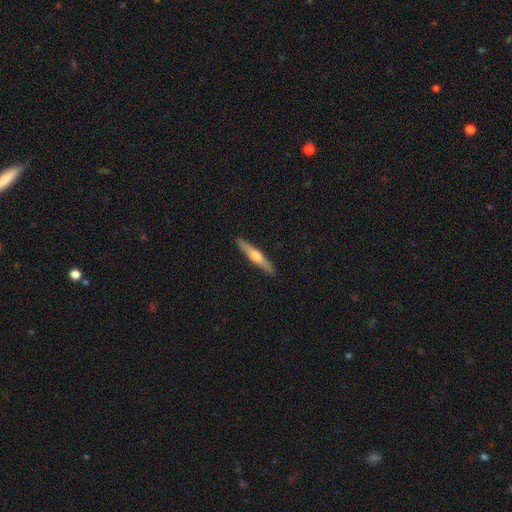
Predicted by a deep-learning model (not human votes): smooth-or-featured: featured or disk: 57% | smooth: 38% | star or artifact: 5%
  disk-edge-on: yes: 96% | no: 4%
    edge-on-bulge: rounded: 89% | none: 7% | boxy: 4%
  merging: none: 91% | minor disturbance: 7% | major disturbance: 1% | merger: 1%